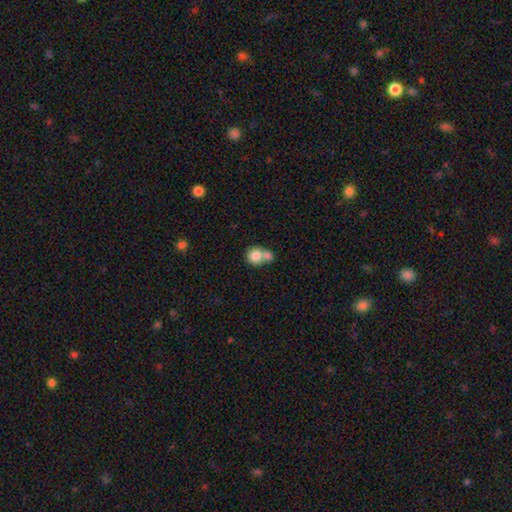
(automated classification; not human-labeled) A smooth galaxy with no disk features (81%) that is round (86%). Merging: merger (56%).